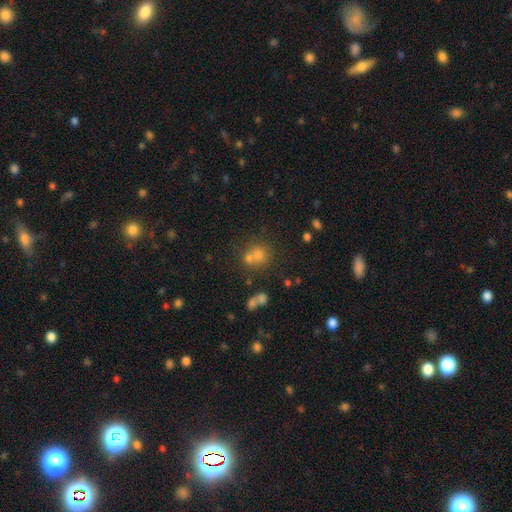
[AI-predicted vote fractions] Smooth or featured: smooth — 68% (star or artifact — 18%)
How rounded: round — 80% (in between — 19%)
Merging: none — 44% (merger — 43%)